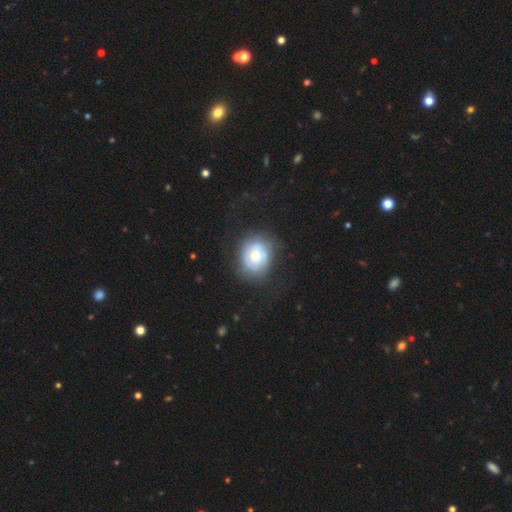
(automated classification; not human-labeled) Overall: smooth (48%; featured or disk 43%). Merging: none (65%).